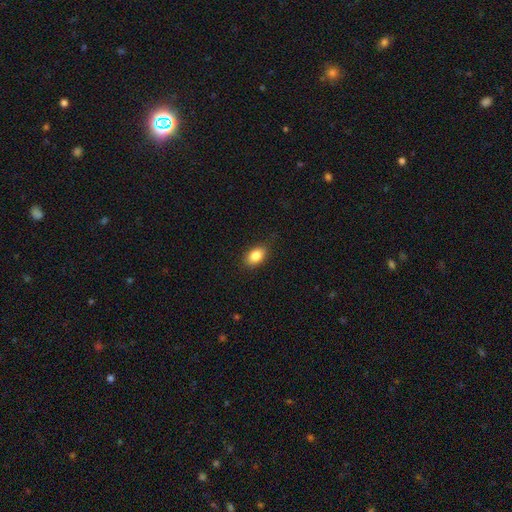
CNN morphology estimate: Smooth or featured: smooth — 85% (star or artifact — 8%)
How rounded: in between — 86% (round — 12%)
Merging: none — 85% (minor disturbance — 12%)